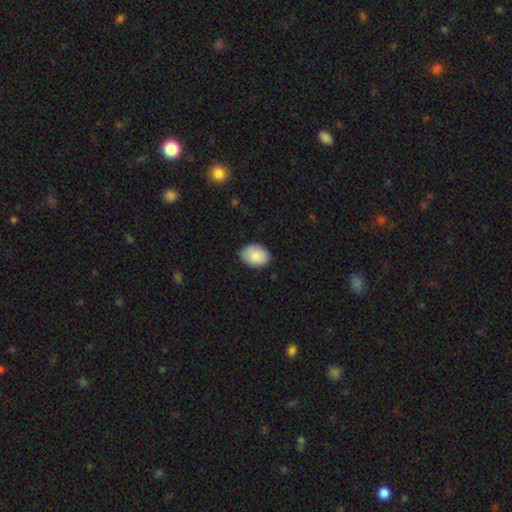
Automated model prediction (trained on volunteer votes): smooth-or-featured: smooth: 87% | star or artifact: 7% | featured or disk: 7%
  how-rounded: in between: 75% | round: 24% | cigar-shaped: 1%
  merging: none: 81% | minor disturbance: 15% | major disturbance: 2% | merger: 1%